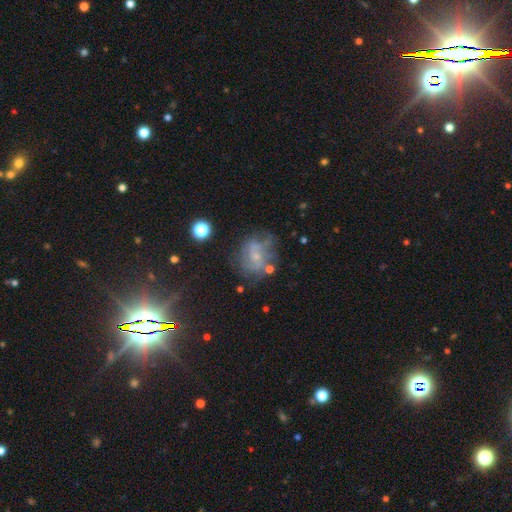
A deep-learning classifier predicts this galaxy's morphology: smooth-or-featured: featured or disk: 63% | smooth: 22% | star or artifact: 15%
  disk-edge-on: no: 97% | yes: 3%
    bar: no: 63% | weak: 30% | strong: 6%
    has-spiral-arms: yes: 70% | no: 30%
    bulge-size: small: 68% | moderate: 21% | none: 8% | large: 2% | dominant: 1%
  merging: none: 52% | minor disturbance: 22% | major disturbance: 18% | merger: 7%